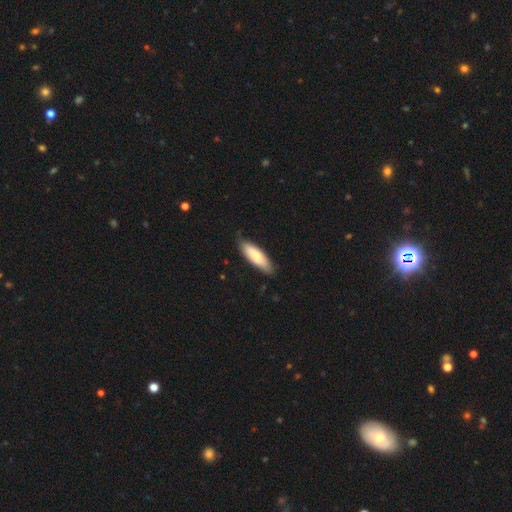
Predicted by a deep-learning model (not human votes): Morphology: type=smooth (75%); roundness=in between (54%); merging=none (81%).